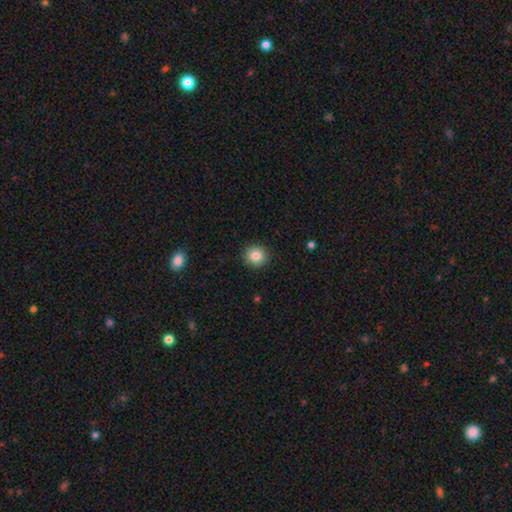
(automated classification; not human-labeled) Overall: smooth (85%). How rounded: round (92%). Merging: none (92%).